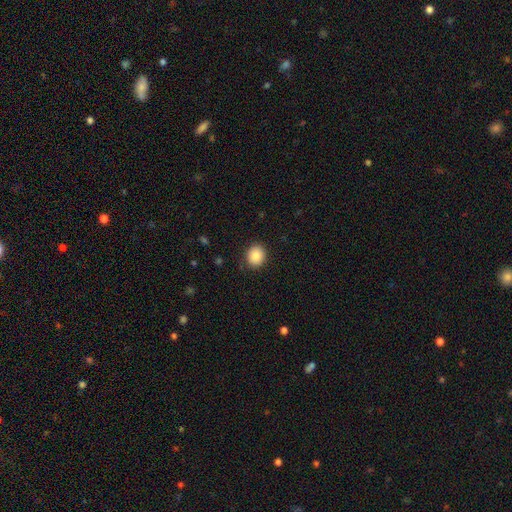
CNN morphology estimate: type=smooth (87%); roundness=round (71%); merging=none (87%).